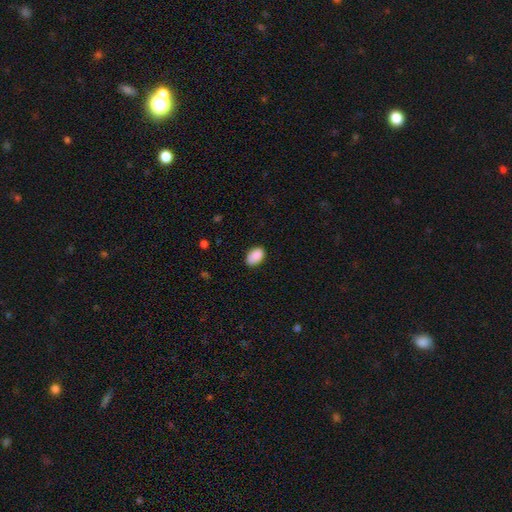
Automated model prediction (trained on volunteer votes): Q: Smooth or featured?
A: smooth (89%); runner-up: star or artifact (7%)
Q: How rounded?
A: in between (91%); runner-up: round (8%)
Q: Merging?
A: none (81%); runner-up: minor disturbance (15%)